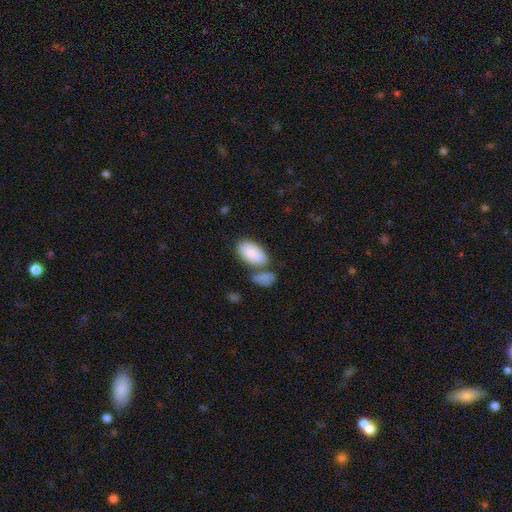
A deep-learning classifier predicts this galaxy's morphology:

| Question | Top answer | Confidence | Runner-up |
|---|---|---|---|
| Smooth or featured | smooth | 85% | featured or disk (9%) |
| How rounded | in between | 95% | round (3%) |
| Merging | none | 52% | merger (29%) |